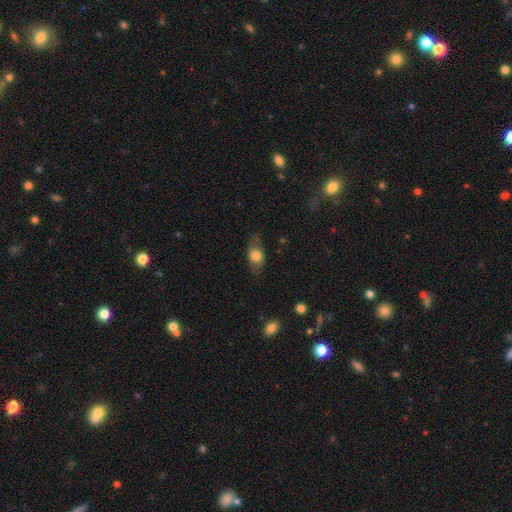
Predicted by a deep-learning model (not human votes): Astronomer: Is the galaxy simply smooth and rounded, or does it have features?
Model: smooth — 69%.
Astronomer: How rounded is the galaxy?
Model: in between — 74%.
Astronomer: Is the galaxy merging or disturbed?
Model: none — 75%.